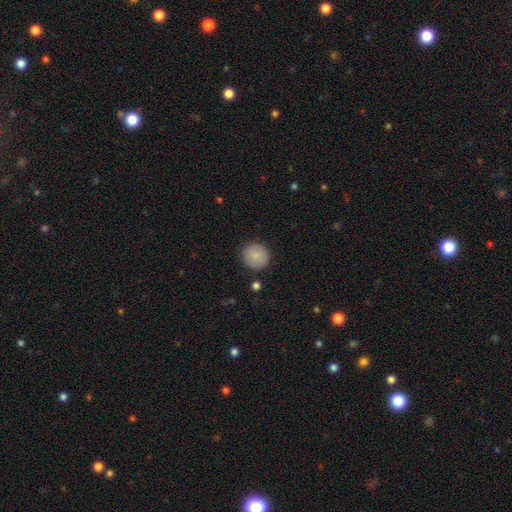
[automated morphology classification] smooth_or_featured: smooth (p=0.86) [alt: star or artifact p=0.08]
how_rounded: round (p=0.94) [alt: in between p=0.05]
merging: none (p=0.89) [alt: minor disturbance p=0.07]